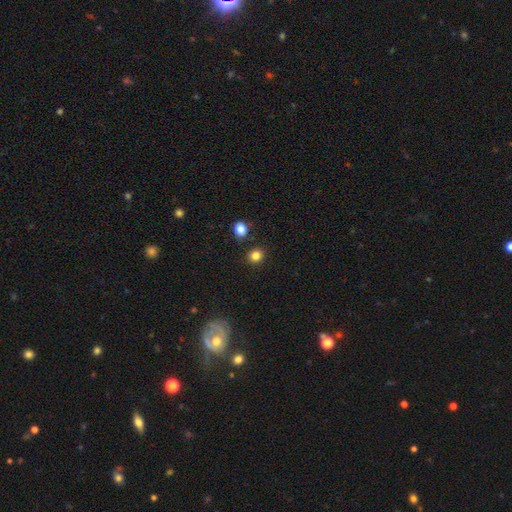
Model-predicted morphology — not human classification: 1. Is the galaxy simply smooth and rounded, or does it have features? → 84% smooth, 12% star or artifact, 4% featured or disk.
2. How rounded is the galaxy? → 80% round, 19% in between, 1% cigar-shaped.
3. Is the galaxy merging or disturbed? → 86% none, 7% minor disturbance, 5% merger, 2% major disturbance.